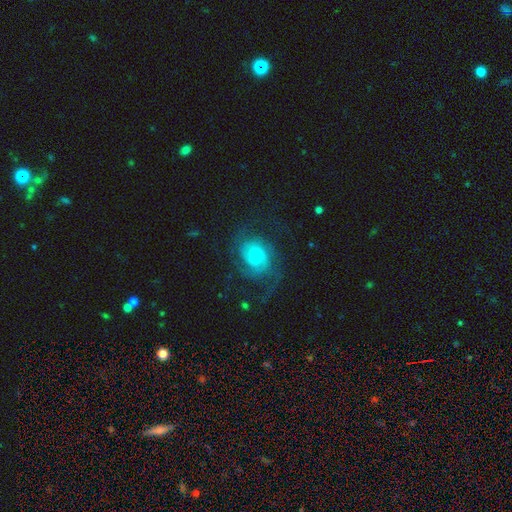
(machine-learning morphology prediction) A featured or disk galaxy (78%) with no bar (53%), 2 (52%) tight (49%) spiral arms (95%) and a small central bulge (54%).

Vote fractions:
- Smooth or featured? featured or disk: 78% / smooth: 14% / star or artifact: 7%
- Edge-on disk? no: 98% / yes: 2%
- Bar? no: 53% / weak: 39% / strong: 7%
- Spiral arms? yes: 95% / no: 5%
- Spiral winding? tight: 49% / medium: 38% / loose: 14%
- Spiral arm count? 2: 52% / can't tell: 20% / 3: 12% / 1: 6% / 4: 5% / more than 4: 4%
- Bulge size? small: 54% / moderate: 22% / none: 16% / large: 7% / dominant: 2%
- Merging? none: 61% / major disturbance: 21% / minor disturbance: 17% / merger: 2%